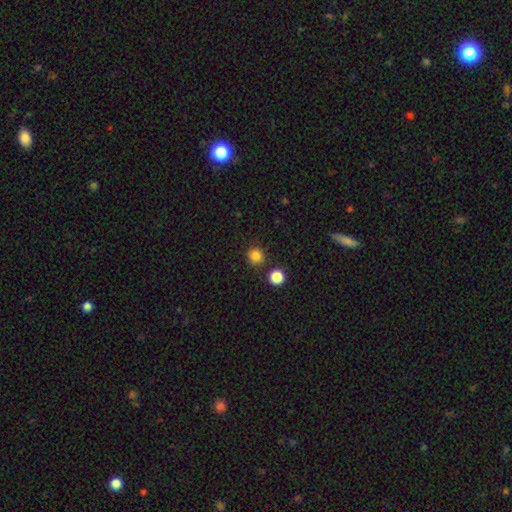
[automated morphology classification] A smooth galaxy with no disk features (83%) that is round (93%). Merging: none (86%).